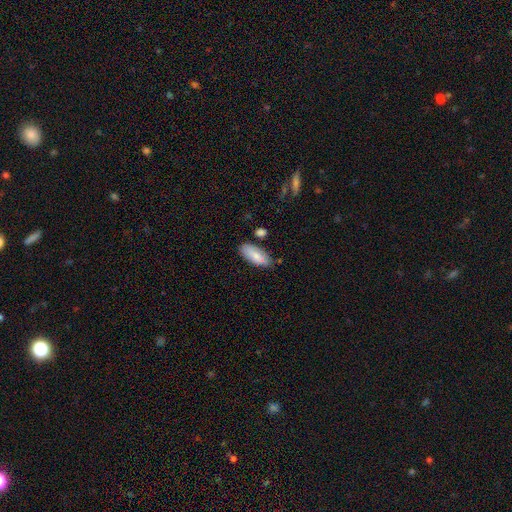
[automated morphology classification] type=smooth (77%); roundness=in between (82%); merging=none (71%).